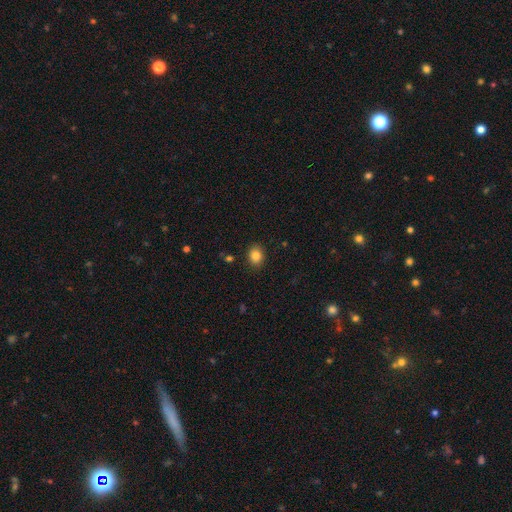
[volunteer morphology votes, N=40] A smooth galaxy with no disk features (85%) that is round (50%, tied with in between). Merging: none (84%).